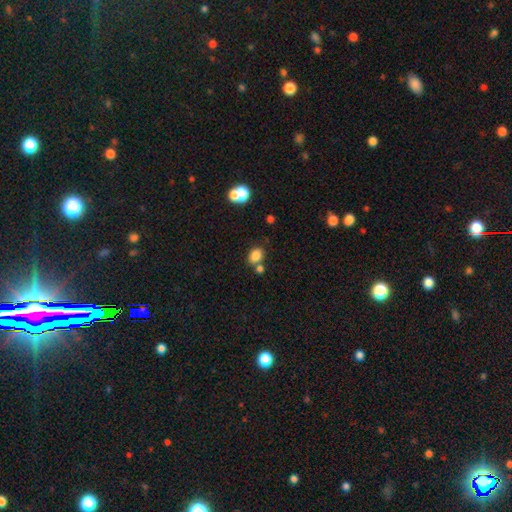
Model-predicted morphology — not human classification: smooth_or_featured: smooth (p=0.82) [alt: star or artifact p=0.11]
how_rounded: in between (p=0.61) [alt: round p=0.38]
merging: none (p=0.64) [alt: merger p=0.20]